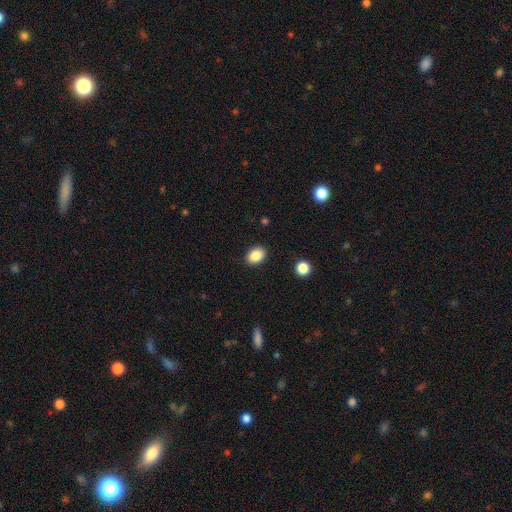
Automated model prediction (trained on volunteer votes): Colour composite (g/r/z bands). It shows a smooth galaxy with no disk features (87%) that is in between round and cigar-shaped (71%). Merging: none (88%).